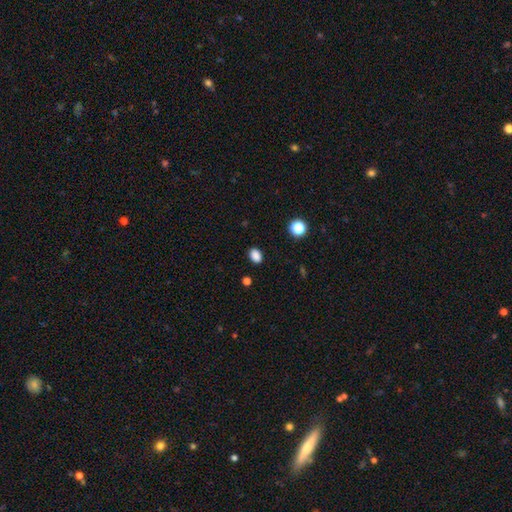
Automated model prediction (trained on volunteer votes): Smooth or featured: smooth — 86% (star or artifact — 11%)
How rounded: in between — 76% (round — 23%)
Merging: none — 88% (minor disturbance — 8%)